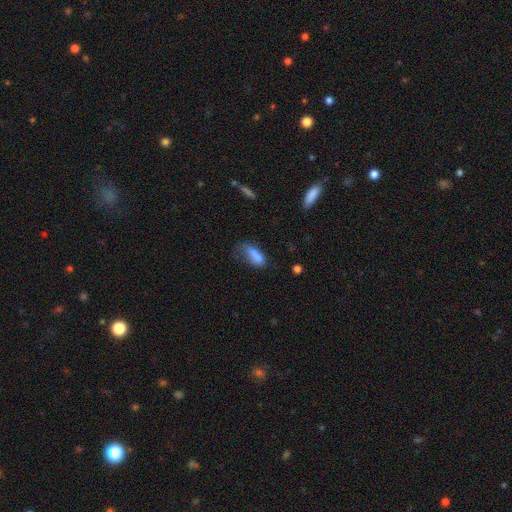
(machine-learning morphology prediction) This appears to be a smooth galaxy with no disk features (74%) that is in between round and cigar-shaped (80%). Merging: major disturbance (31%).